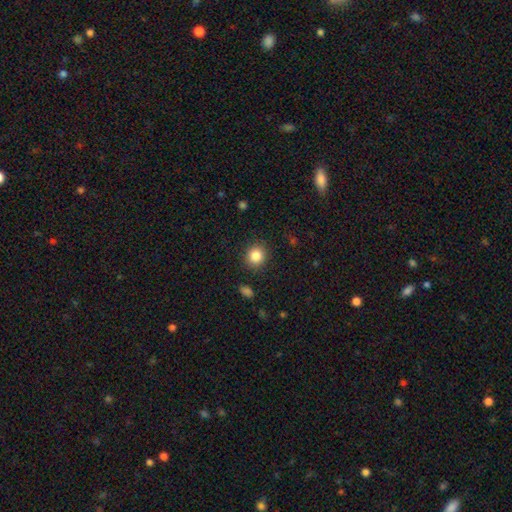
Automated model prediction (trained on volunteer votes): This appears to be a smooth galaxy with no disk features (84%) that is round (84%). Merging: none (89%).